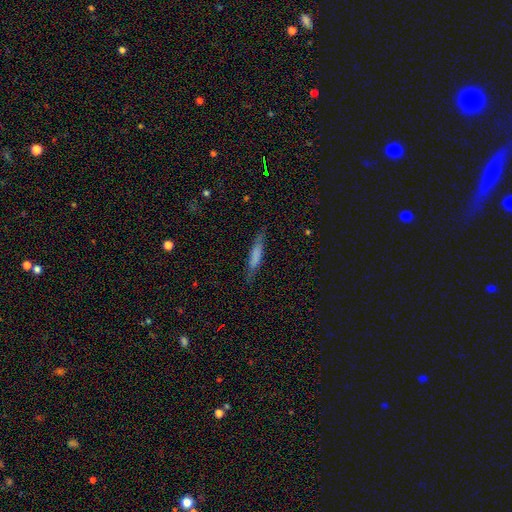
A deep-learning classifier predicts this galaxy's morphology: This appears to be a smooth galaxy with no disk features (67%) that is cigar-shaped (85%). Merging: none (76%).